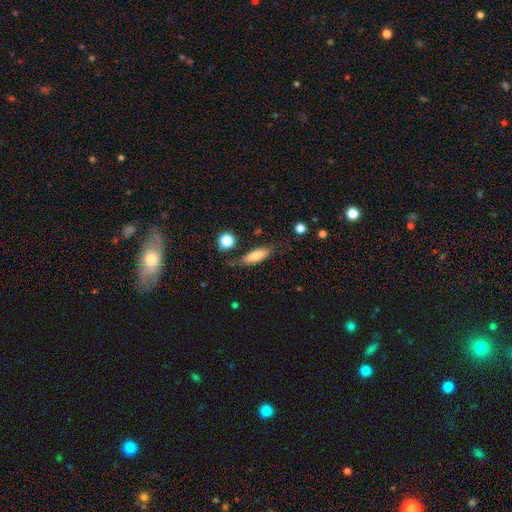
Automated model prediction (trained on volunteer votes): Q: Smooth or featured?
A: smooth (74%); runner-up: featured or disk (18%)
Q: How rounded?
A: in between (52%); runner-up: cigar-shaped (45%)
Q: Merging?
A: none (72%); runner-up: minor disturbance (19%)